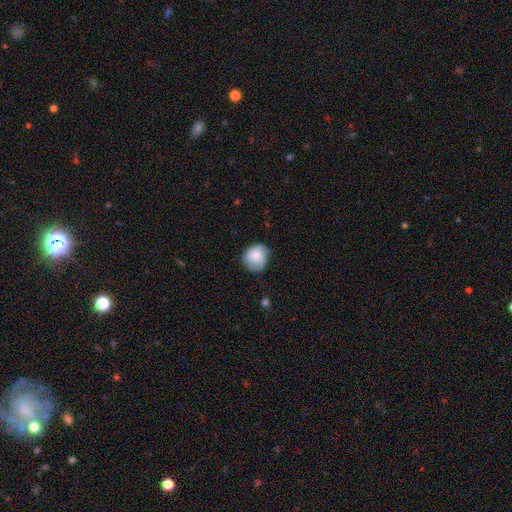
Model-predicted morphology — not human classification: smooth_or_featured: smooth (p=0.66) [alt: featured or disk p=0.27]
how_rounded: round (p=0.77) [alt: in between p=0.23]
merging: none (p=0.64) [alt: minor disturbance p=0.28]